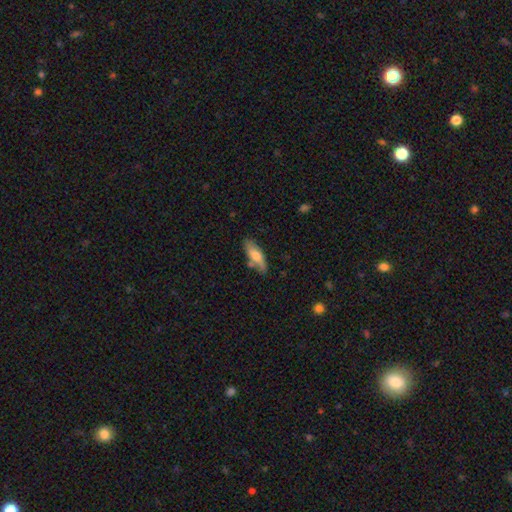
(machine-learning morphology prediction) Smooth or featured?
  - smooth: 65% *
  - featured or disk: 29%
  - star or artifact: 6%
How rounded?
  - in between: 60% *
  - cigar-shaped: 37%
  - round: 3%
Merging?
  - none: 70% *
  - minor disturbance: 19%
  - merger: 7%
  - major disturbance: 4%